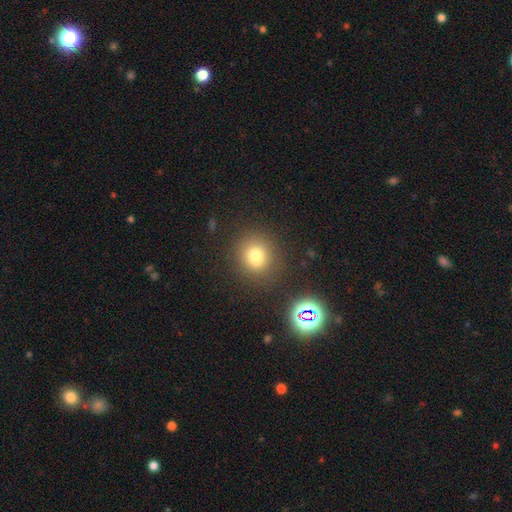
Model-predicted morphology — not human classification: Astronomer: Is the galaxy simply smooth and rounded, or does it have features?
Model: smooth — 73%.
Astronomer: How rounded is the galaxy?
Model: round — 81%.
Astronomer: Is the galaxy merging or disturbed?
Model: none — 76%.